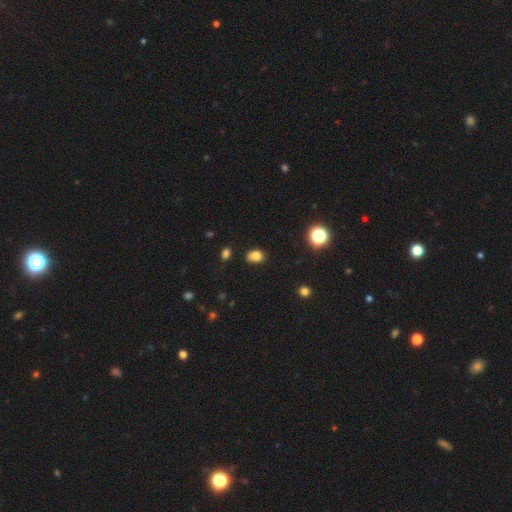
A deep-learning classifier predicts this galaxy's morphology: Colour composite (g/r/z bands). It shows a smooth galaxy with no disk features (81%) that is in between round and cigar-shaped (74%). Merging: none (69%).